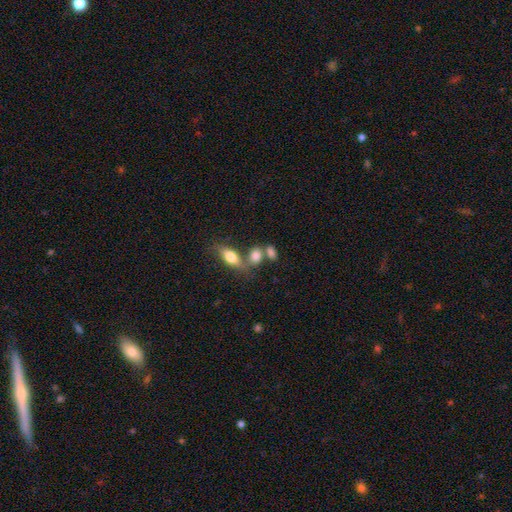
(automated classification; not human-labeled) Morphology: type=smooth (79%); roundness=in between (75%); merging=merger (43%).